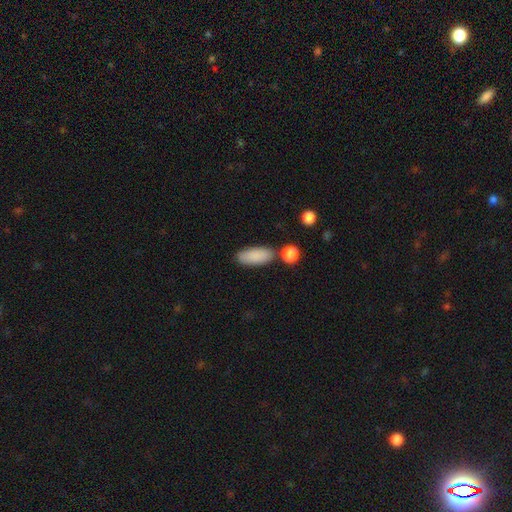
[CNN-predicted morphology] type=smooth (88%); roundness=in between (83%); merging=none (75%).